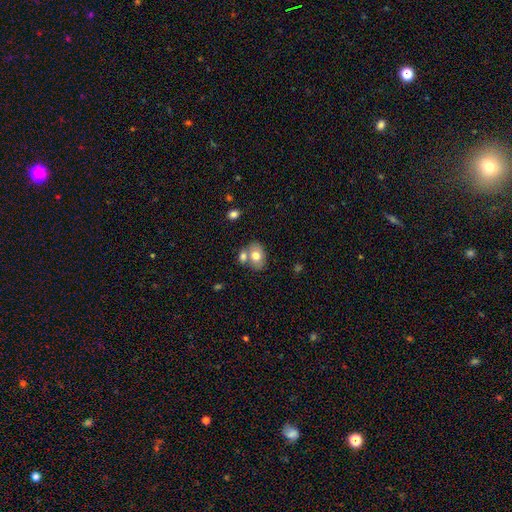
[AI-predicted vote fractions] smooth 71%, featured or disk 21%, star or artifact 8%. Down the decision tree: how rounded — in between (67%); merging — none (48%).